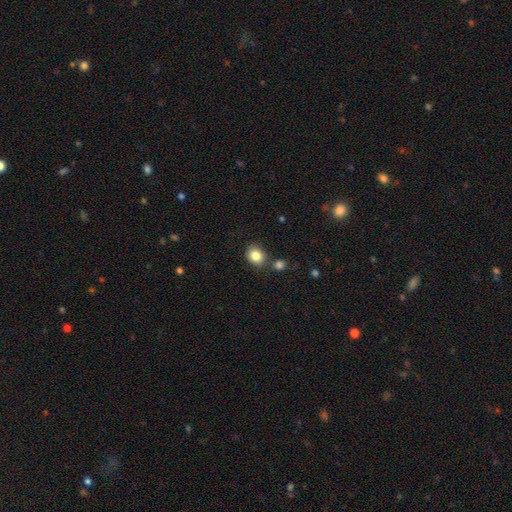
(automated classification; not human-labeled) smooth_or_featured: smooth (p=0.84) [alt: star or artifact p=0.09]
how_rounded: round (p=0.55) [alt: in between p=0.44]
merging: none (p=0.72) [alt: minor disturbance p=0.13]